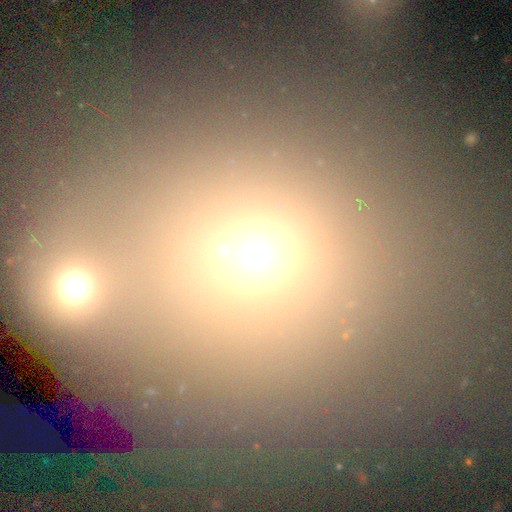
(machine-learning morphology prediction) smooth-or-featured: smooth: 65% | star or artifact: 24% | featured or disk: 11%
  how-rounded: round: 73% | in between: 25% | cigar-shaped: 2%
  merging: none: 49% | merger: 38% | minor disturbance: 8% | major disturbance: 5%